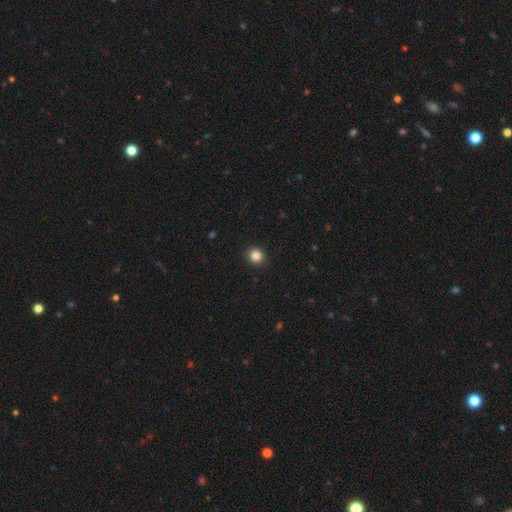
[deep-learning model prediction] Smooth or featured? smooth (85%)
How rounded? round (85%)
Merging? none (92%)